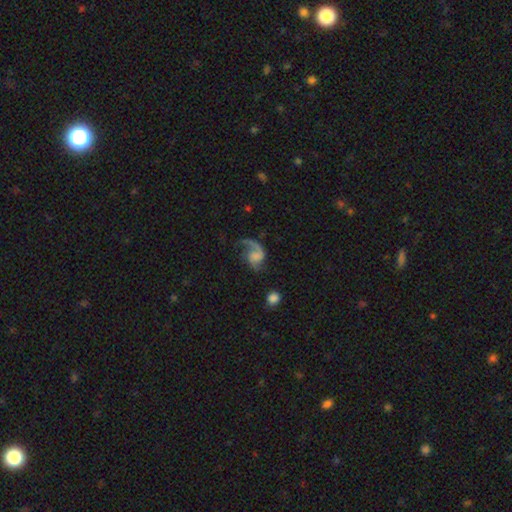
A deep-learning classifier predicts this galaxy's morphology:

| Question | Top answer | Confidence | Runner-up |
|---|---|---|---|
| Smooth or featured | featured or disk | 79% | smooth (14%) |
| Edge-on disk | no | 98% | yes (2%) |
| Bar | no | 51% | weak (38%) |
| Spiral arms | yes | 95% | no (5%) |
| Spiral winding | loose | 59% | medium (33%) |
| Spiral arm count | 2 | 54% | 1 (41%) |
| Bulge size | none | 55% | small (19%) |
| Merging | none | 45% | major disturbance (31%) |